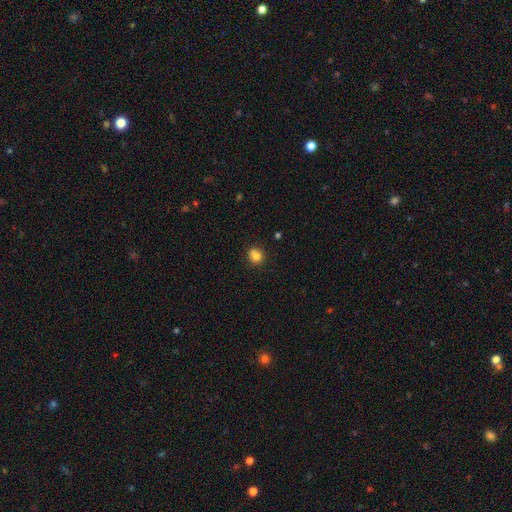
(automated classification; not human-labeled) Overall: smooth (82%). How rounded: round (77%). Merging: none (74%).